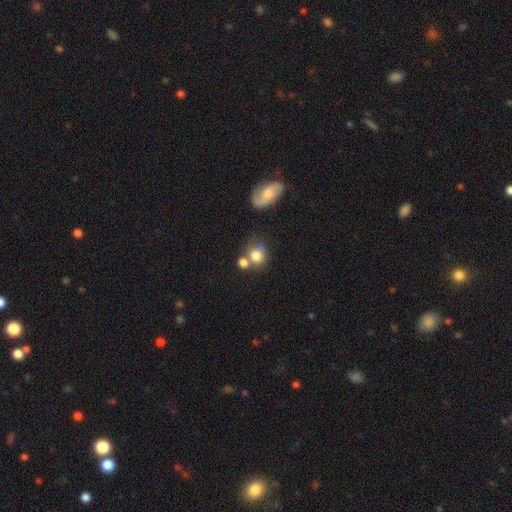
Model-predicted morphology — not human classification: A smooth galaxy with no disk features (77%) that is round (66%).

Vote fractions:
- Smooth or featured? smooth: 77% / featured or disk: 13% / star or artifact: 10%
- How rounded? round: 66% / in between: 33% / cigar-shaped: 1%
- Merging? none: 45% / merger: 33% / minor disturbance: 15% / major disturbance: 7%